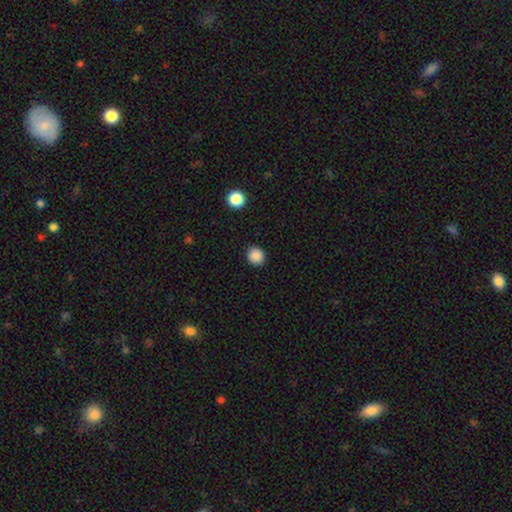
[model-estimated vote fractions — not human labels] This is clearly a smooth galaxy (87%). How rounded: clearly round (88%). Merging: clearly none (91%).